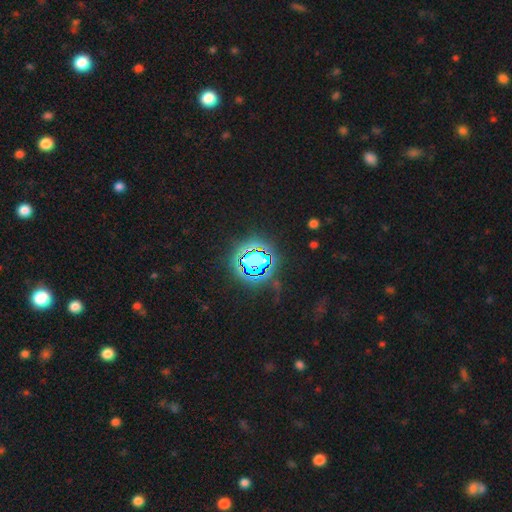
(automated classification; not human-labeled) A star or artifact, not a galaxy (69%).